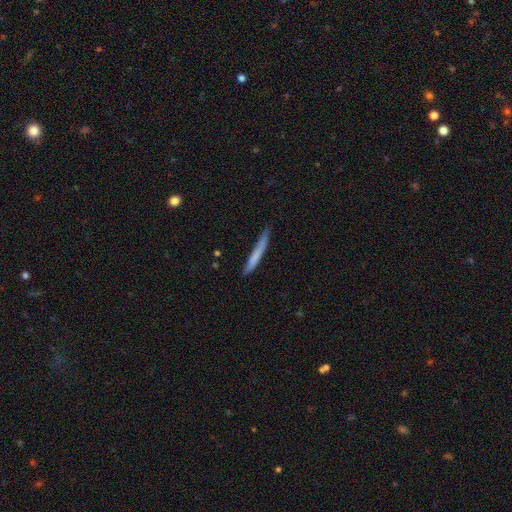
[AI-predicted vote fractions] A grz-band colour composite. It shows a smooth galaxy with no disk features (69%) that is cigar-shaped (96%). Merging: none (78%).